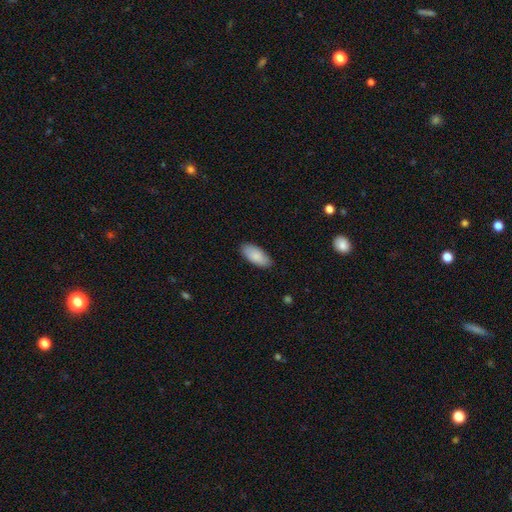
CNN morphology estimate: Smooth or featured: smooth — 88% (featured or disk — 7%)
How rounded: in between — 90% (cigar-shaped — 8%)
Merging: none — 87% (minor disturbance — 10%)